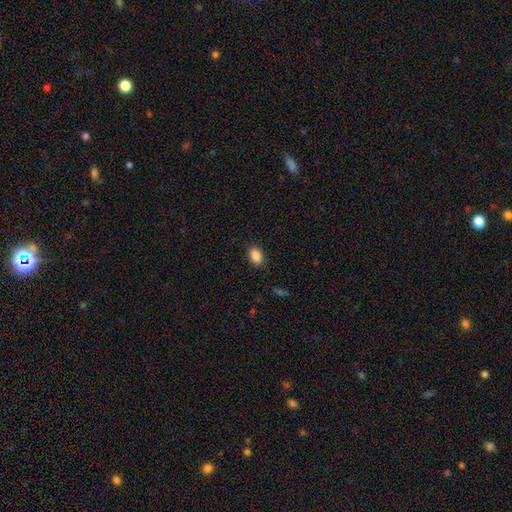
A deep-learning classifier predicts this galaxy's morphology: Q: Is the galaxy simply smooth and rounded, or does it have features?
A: smooth — 89%.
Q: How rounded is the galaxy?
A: in between — 85%.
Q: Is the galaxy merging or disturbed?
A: none — 88%.